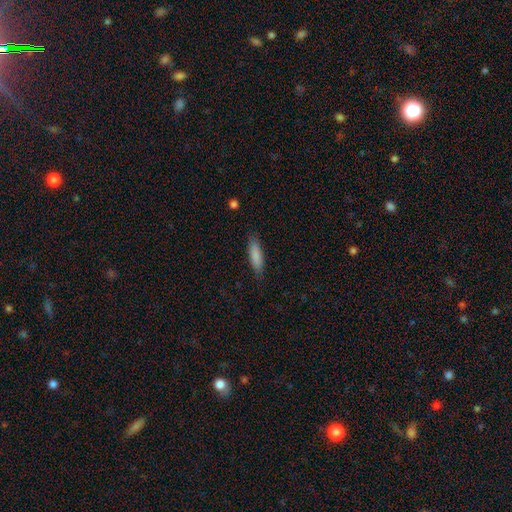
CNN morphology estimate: A smooth galaxy with no disk features (86%) that is cigar-shaped (55%). Merging: none (83%).